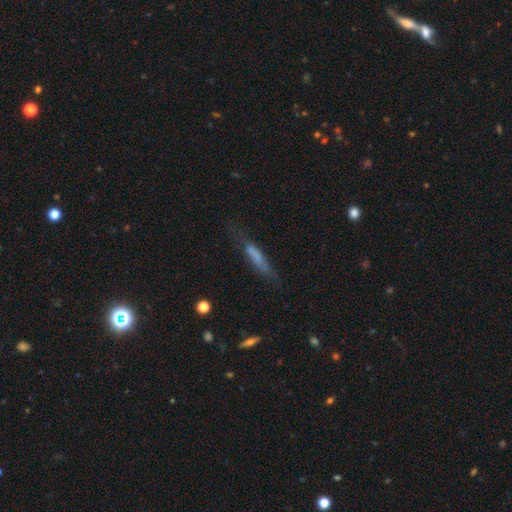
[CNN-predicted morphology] smooth-or-featured: smooth: 58% | featured or disk: 32% | star or artifact: 11%
  how-rounded: cigar-shaped: 83% | in between: 15% | round: 2%
  merging: none: 50% | minor disturbance: 26% | major disturbance: 18% | merger: 6%